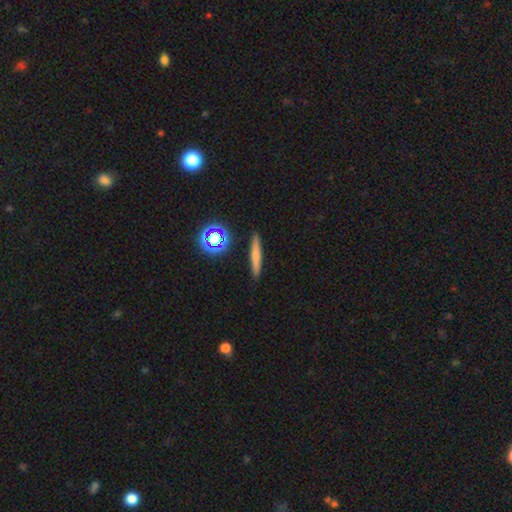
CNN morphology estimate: This is likely a smooth galaxy (63%). How rounded: clearly cigar-shaped (89%). Merging: clearly none (90%).